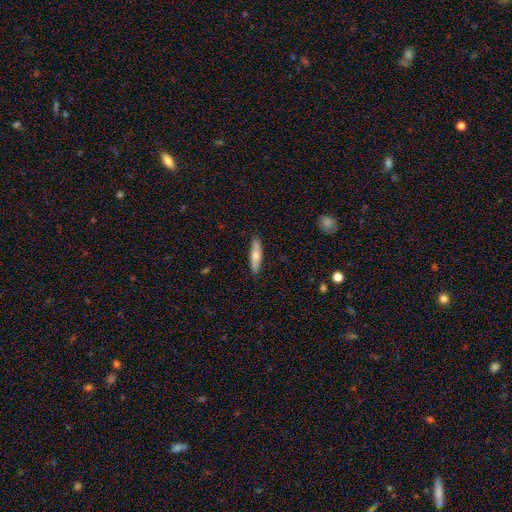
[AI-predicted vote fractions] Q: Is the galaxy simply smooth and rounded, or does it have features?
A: smooth — 64%.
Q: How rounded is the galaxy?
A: cigar-shaped — 75%.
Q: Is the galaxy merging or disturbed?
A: none — 89%.